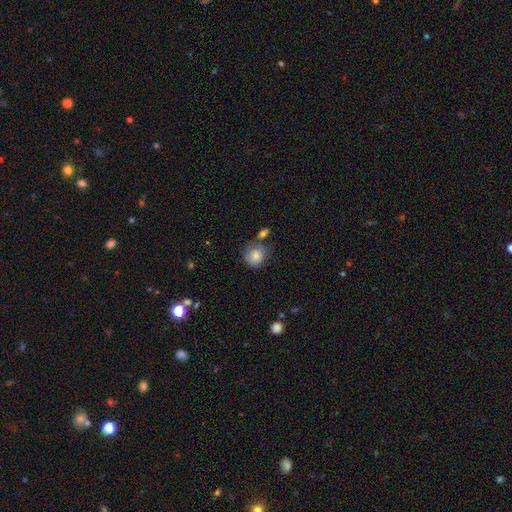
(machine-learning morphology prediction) Overall: smooth (81%). How rounded: round (83%). Merging: none (62%).